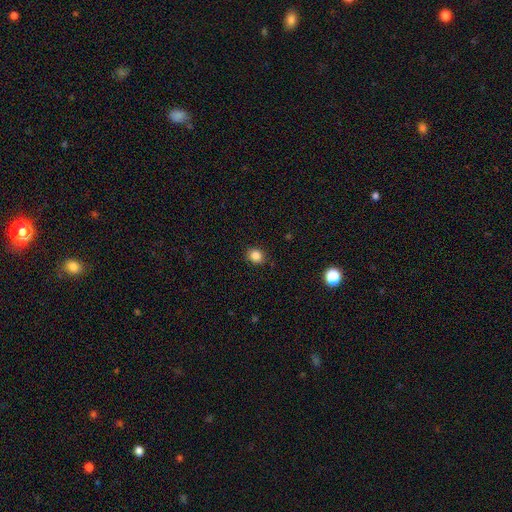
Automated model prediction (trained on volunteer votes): Q: Smooth or featured?
A: smooth (85%); runner-up: star or artifact (11%)
Q: How rounded?
A: round (70%); runner-up: in between (29%)
Q: Merging?
A: none (88%); runner-up: minor disturbance (9%)